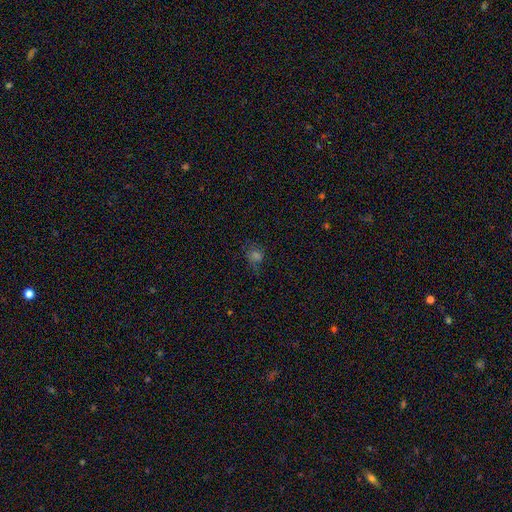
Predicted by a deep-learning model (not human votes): smooth-or-featured: smooth: 55% | star or artifact: 30% | featured or disk: 14%
  how-rounded: round: 71% | in between: 28% | cigar-shaped: 2%
  merging: none: 55% | minor disturbance: 24% | major disturbance: 18% | merger: 3%